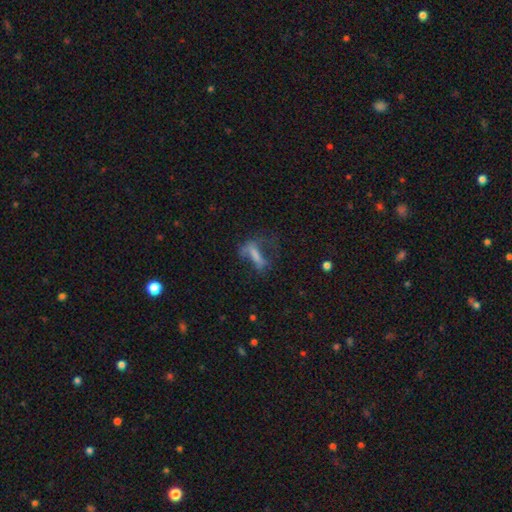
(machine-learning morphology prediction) Smooth or featured? Predicted: smooth (p=0.43). Merging? Predicted: major disturbance (p=0.44).